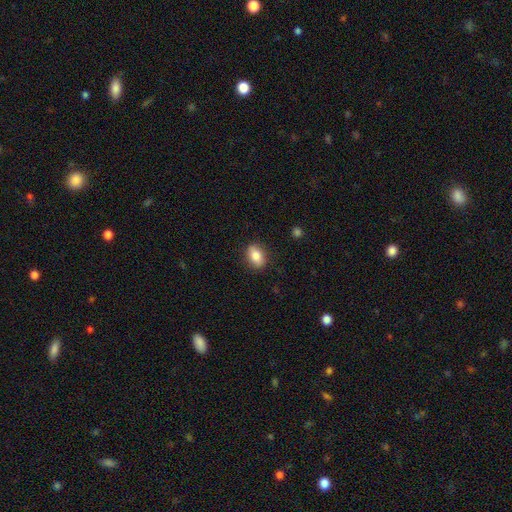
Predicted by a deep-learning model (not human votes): Q: Smooth or featured?
A: smooth (83%); runner-up: featured or disk (9%)
Q: How rounded?
A: in between (80%); runner-up: round (18%)
Q: Merging?
A: none (86%); runner-up: minor disturbance (11%)